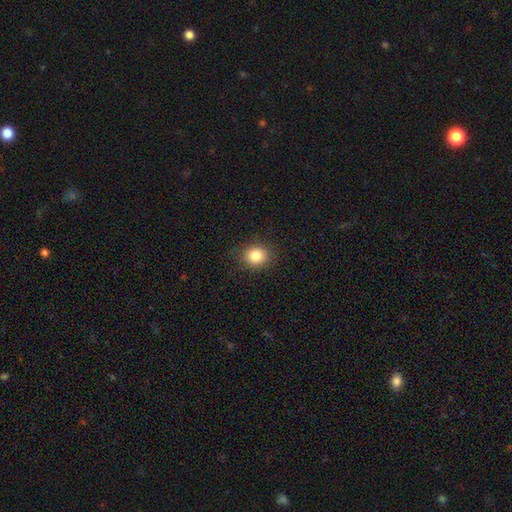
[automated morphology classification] Q: Smooth or featured?
A: smooth (82%); runner-up: star or artifact (11%)
Q: How rounded?
A: round (71%); runner-up: in between (28%)
Q: Merging?
A: none (87%); runner-up: minor disturbance (9%)